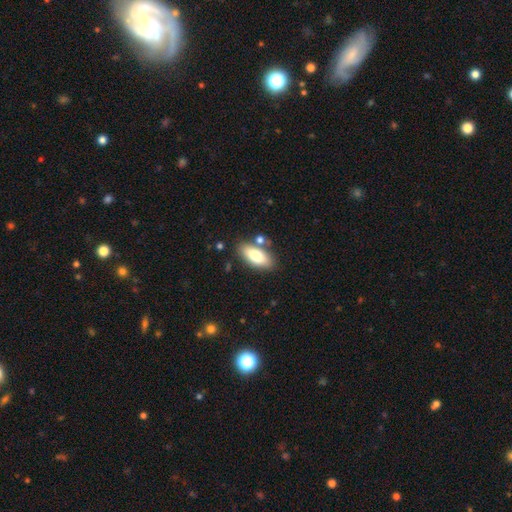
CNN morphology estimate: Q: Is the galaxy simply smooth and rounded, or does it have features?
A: smooth — 75%.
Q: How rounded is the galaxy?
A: in between — 85%.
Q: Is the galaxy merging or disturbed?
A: none — 75%.